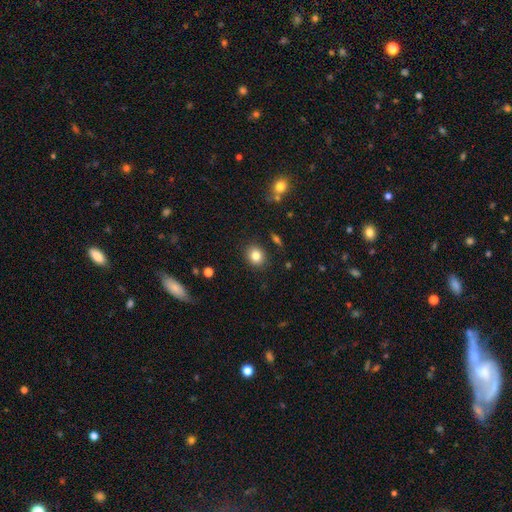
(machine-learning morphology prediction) smooth-or-featured: smooth: 83% | star or artifact: 10% | featured or disk: 7%
  how-rounded: round: 67% | in between: 32% | cigar-shaped: 1%
  merging: none: 87% | minor disturbance: 8% | major disturbance: 2% | merger: 2%